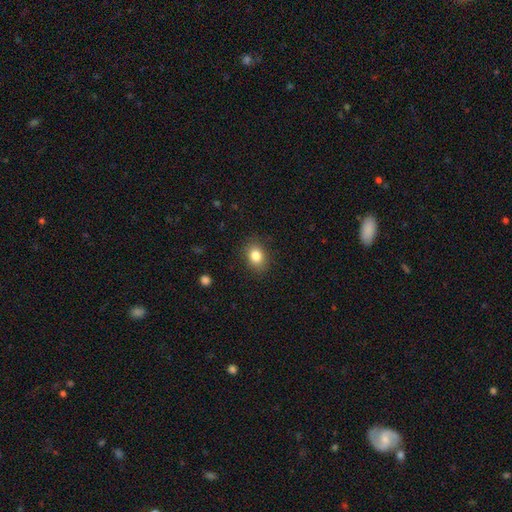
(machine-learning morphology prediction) A smooth galaxy with no disk features (83%) that is in between round and cigar-shaped (63%).

Vote fractions:
- Smooth or featured? smooth: 83% / star or artifact: 10% / featured or disk: 7%
- How rounded? in between: 63% / round: 36% / cigar-shaped: 1%
- Merging? none: 86% / minor disturbance: 10% / major disturbance: 3% / merger: 1%